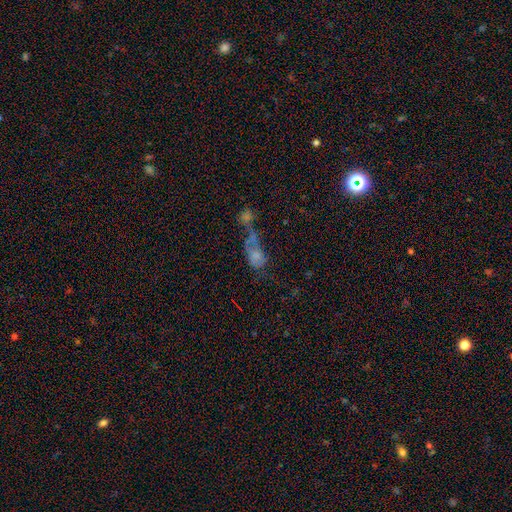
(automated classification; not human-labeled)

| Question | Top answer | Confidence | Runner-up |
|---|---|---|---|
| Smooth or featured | smooth | 58% | featured or disk (25%) |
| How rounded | in between | 78% | round (16%) |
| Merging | merger | 59% | major disturbance (18%) |